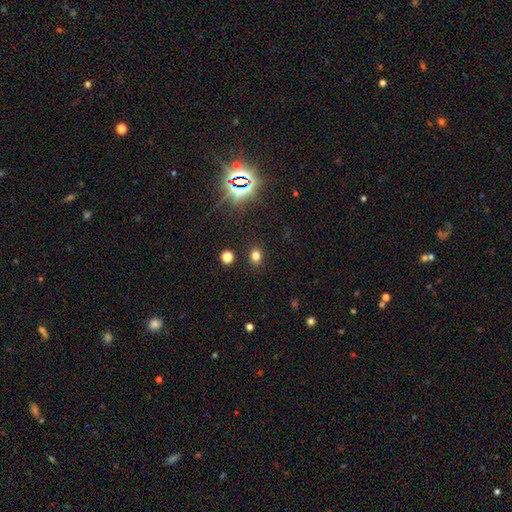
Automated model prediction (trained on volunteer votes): smooth 74%, star or artifact 19%, featured or disk 7%. Down the decision tree: how rounded — in between (58%); merging — none (87%).